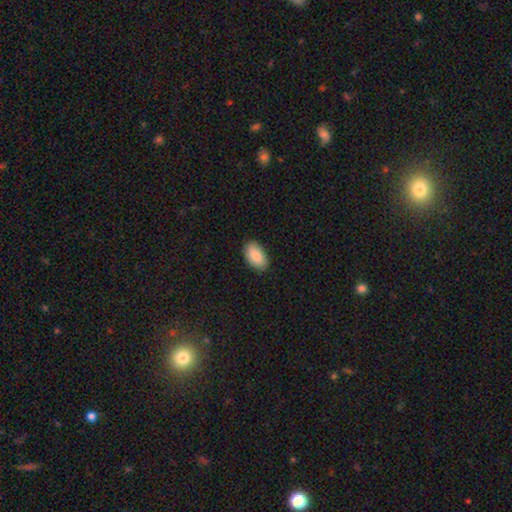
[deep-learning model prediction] A smooth galaxy with no disk features (87%) that is in between round and cigar-shaped (94%). Merging: none (87%).